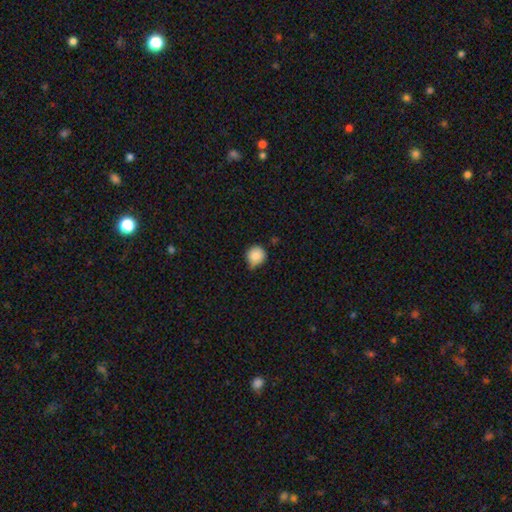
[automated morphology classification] Smooth or featured? smooth (87%)
How rounded? round (91%)
Merging? none (63%)